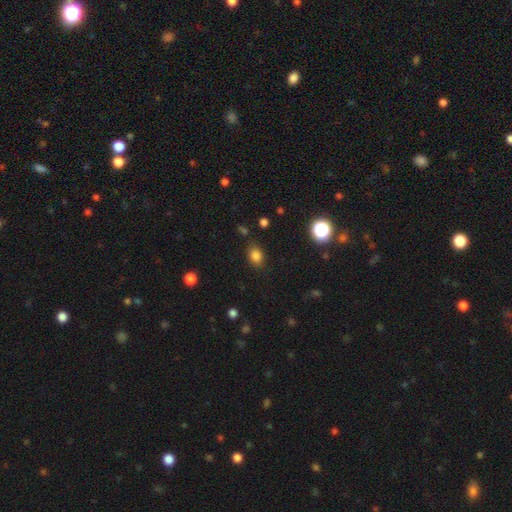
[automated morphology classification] This is clearly a smooth galaxy (80%). How rounded: likely in between (62%). Merging: likely none (77%).